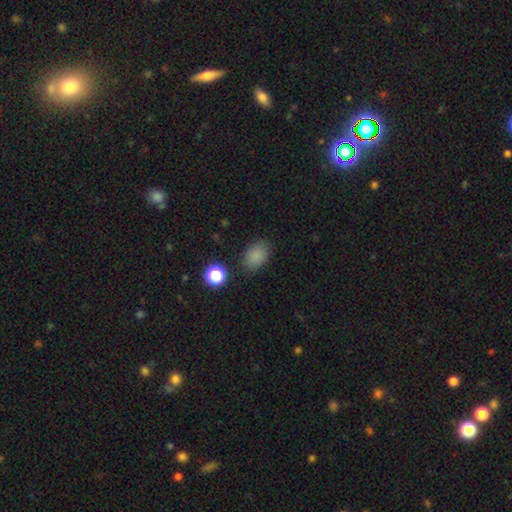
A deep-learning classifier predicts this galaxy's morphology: Q: Smooth or featured?
A: smooth (83%); runner-up: star or artifact (12%)
Q: How rounded?
A: in between (77%); runner-up: round (21%)
Q: Merging?
A: none (81%); runner-up: minor disturbance (13%)